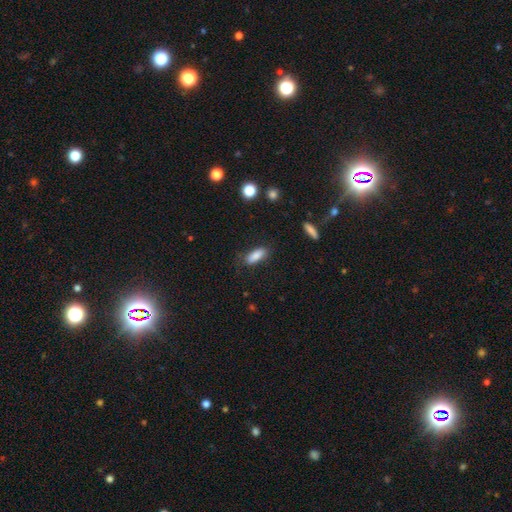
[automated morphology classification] type=smooth (85%); roundness=in between (69%); merging=none (78%).